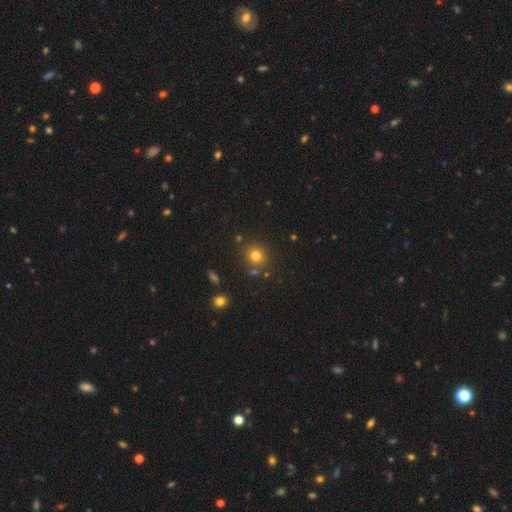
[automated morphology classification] Q: Smooth or featured?
A: smooth (77%); runner-up: star or artifact (16%)
Q: How rounded?
A: round (86%); runner-up: in between (13%)
Q: Merging?
A: none (81%); runner-up: minor disturbance (9%)